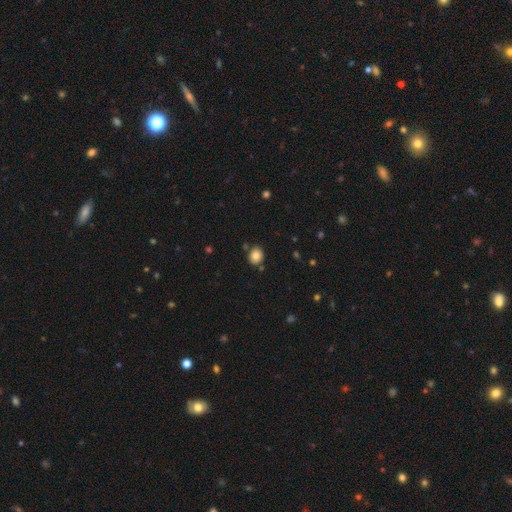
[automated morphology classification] Q: Smooth or featured?
A: smooth (82%); runner-up: star or artifact (10%)
Q: How rounded?
A: round (62%); runner-up: in between (37%)
Q: Merging?
A: none (82%); runner-up: minor disturbance (10%)